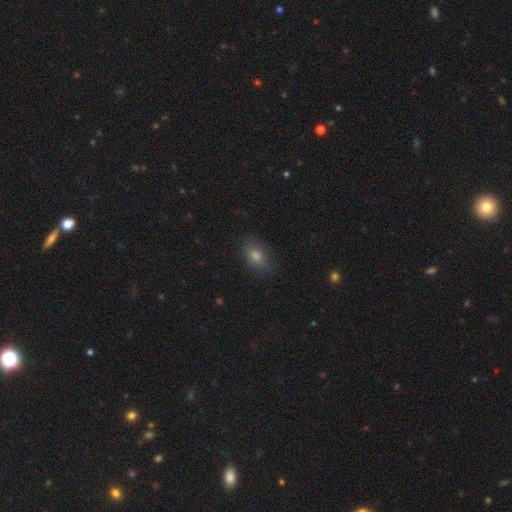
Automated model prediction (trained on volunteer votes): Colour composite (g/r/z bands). It shows a smooth galaxy with no disk features (76%) that is in between round and cigar-shaped (82%). Merging: none (82%).